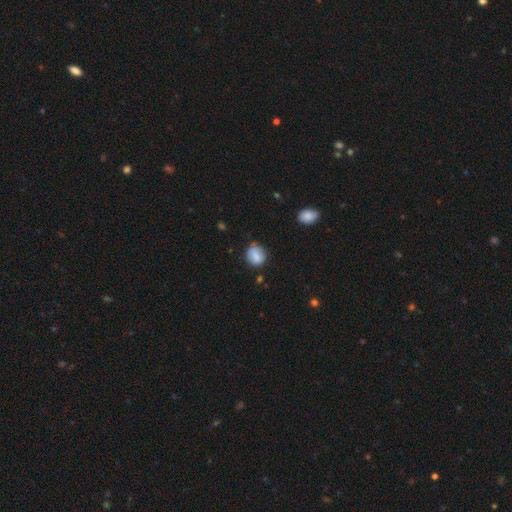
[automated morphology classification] The model was most divided on "how rounded": round: 64%, in between: 35%, cigar-shaped: 1%. More confident: smooth or featured — smooth (77%); merging — none (65%).